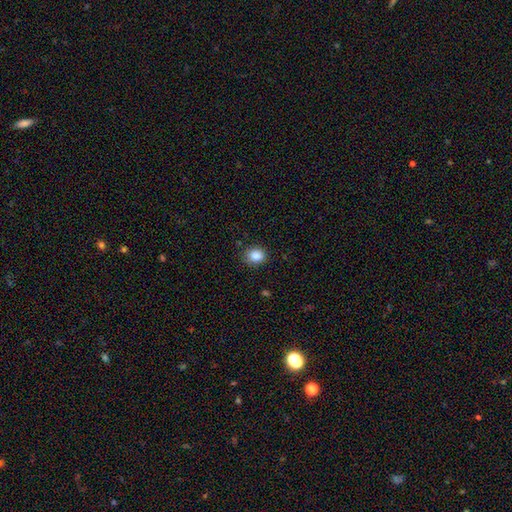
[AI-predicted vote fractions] Smooth or featured: smooth — 86% (star or artifact — 10%)
How rounded: round — 62% (in between — 37%)
Merging: none — 85% (minor disturbance — 11%)